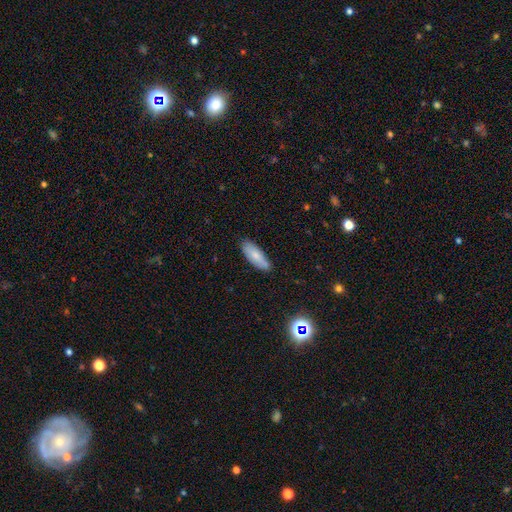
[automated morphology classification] smooth_or_featured: smooth (p=0.76) [alt: featured or disk p=0.17]
how_rounded: in between (p=0.64) [alt: cigar-shaped p=0.34]
merging: none (p=0.82) [alt: minor disturbance p=0.15]